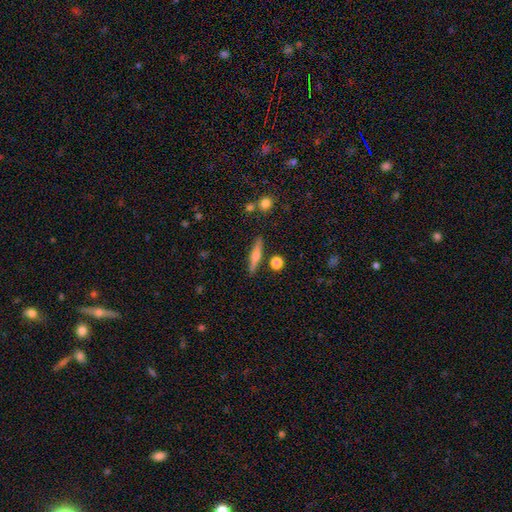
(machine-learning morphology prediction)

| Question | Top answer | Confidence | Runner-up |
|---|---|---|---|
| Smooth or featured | smooth | 53% | featured or disk (39%) |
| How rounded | cigar-shaped | 85% | in between (11%) |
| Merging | none | 85% | minor disturbance (9%) |